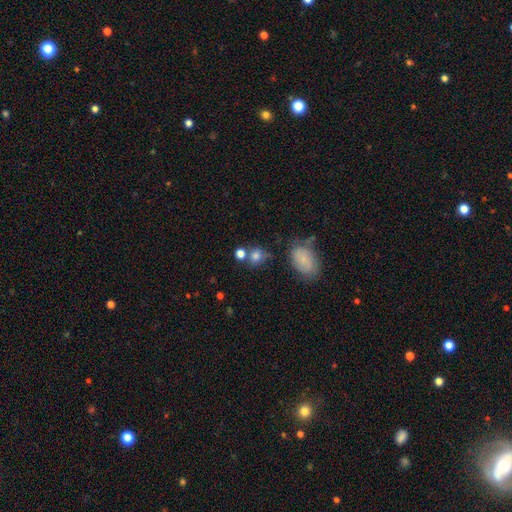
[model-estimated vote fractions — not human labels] A smooth galaxy with no disk features (76%) that is round (74%). Merging: none (59%).